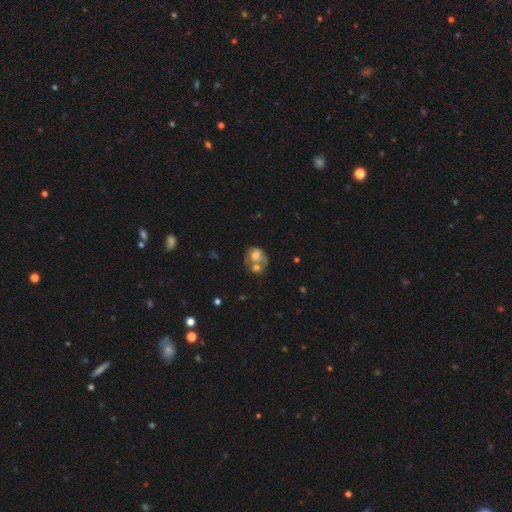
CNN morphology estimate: This is possibly a smooth galaxy (55%). How rounded: possibly round (55%). Merging: possibly merger (56%).